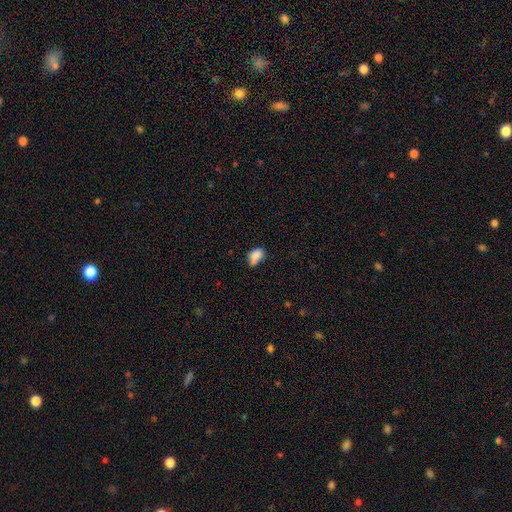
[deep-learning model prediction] Morphology: type=smooth (81%); roundness=in between (80%); merging=none (41%).